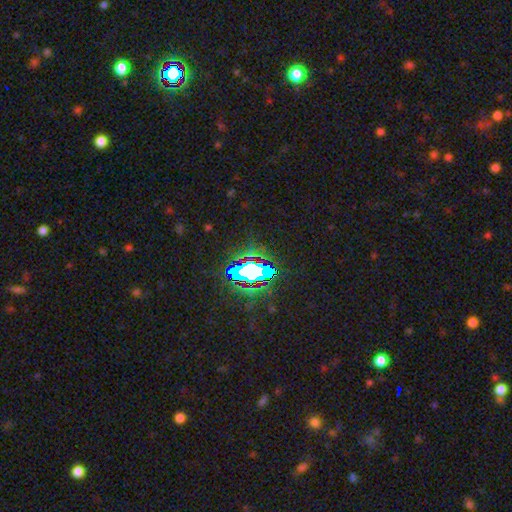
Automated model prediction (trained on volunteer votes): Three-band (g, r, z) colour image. It shows a star or artifact, not a galaxy (81%).